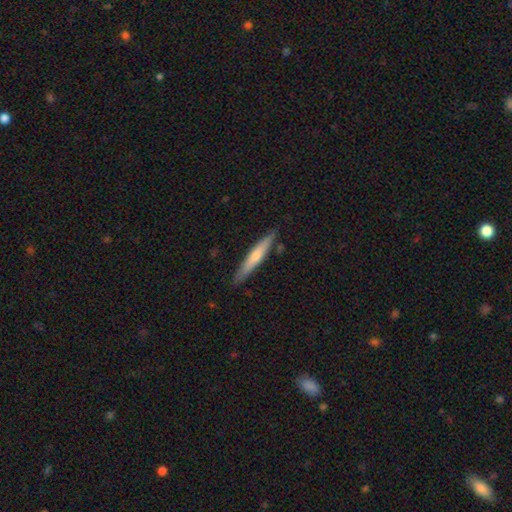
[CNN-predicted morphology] Smooth or featured: featured or disk — 54% (smooth — 41%)
Edge-on disk: yes — 94% (no — 6%)
Edge-on bulge: rounded — 69% (none — 26%)
Merging: none — 88% (minor disturbance — 8%)